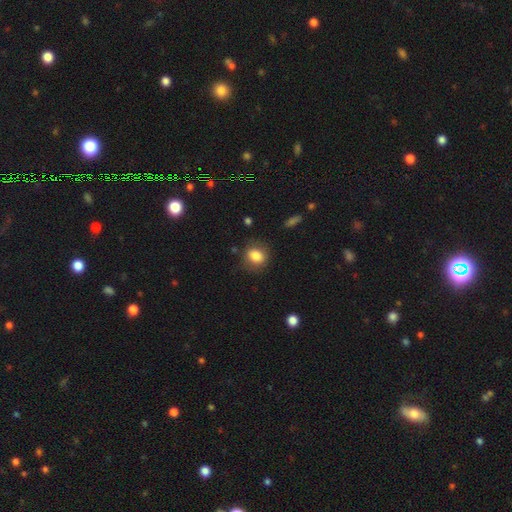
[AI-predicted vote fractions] Q: Smooth or featured?
A: smooth (82%); runner-up: star or artifact (9%)
Q: How rounded?
A: round (60%); runner-up: in between (39%)
Q: Merging?
A: none (77%); runner-up: minor disturbance (16%)